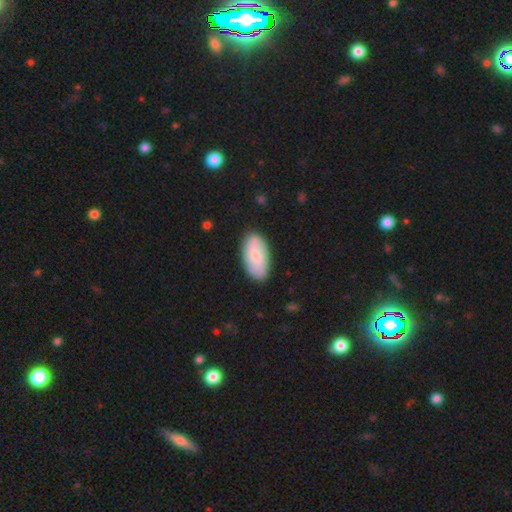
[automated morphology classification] smooth_or_featured: smooth (p=0.70) [alt: featured or disk p=0.24]
how_rounded: in between (p=0.94) [alt: cigar-shaped p=0.04]
merging: none (p=0.86) [alt: minor disturbance p=0.10]